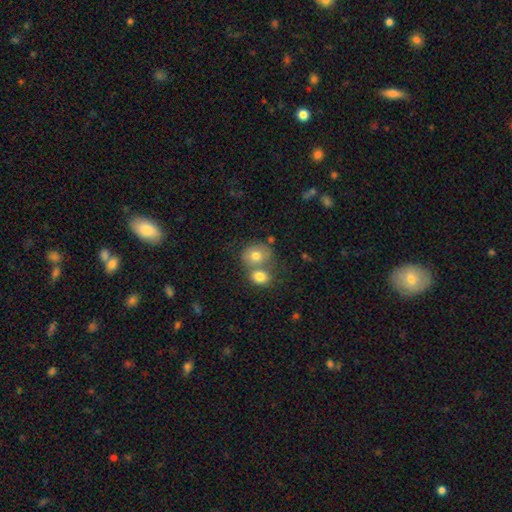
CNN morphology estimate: smooth_or_featured: smooth (p=0.76) [alt: featured or disk p=0.15]
how_rounded: round (p=0.62) [alt: in between p=0.37]
merging: merger (p=0.51) [alt: none p=0.36]